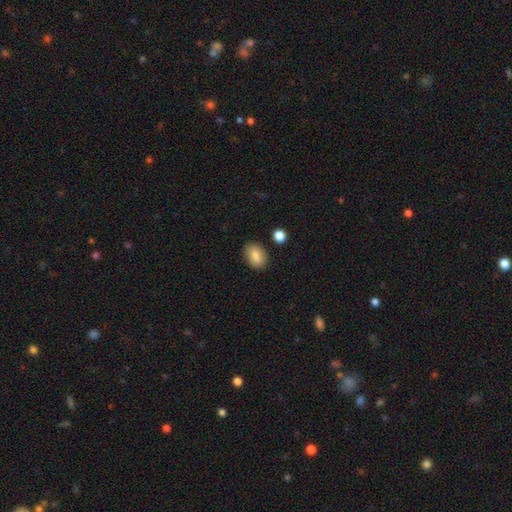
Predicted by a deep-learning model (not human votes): Overall: smooth (86%). How rounded: in between (80%). Merging: none (85%).